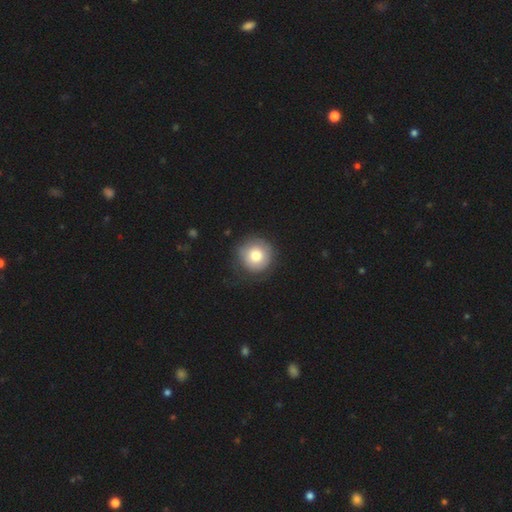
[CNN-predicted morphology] A smooth galaxy with no disk features (74%) that is round (94%). Merging: none (74%).